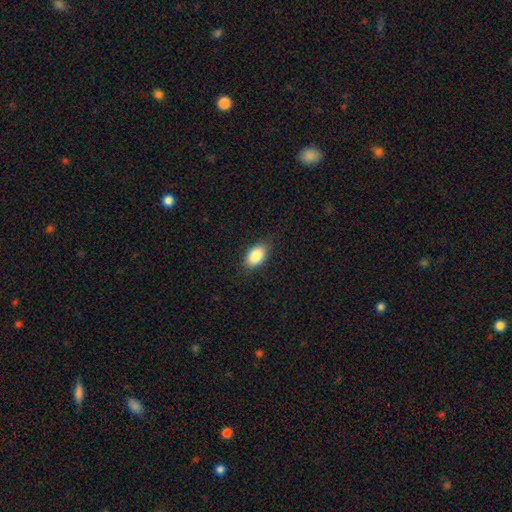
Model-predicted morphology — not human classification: Overall: smooth (87%). How rounded: in between (91%). Merging: none (86%).